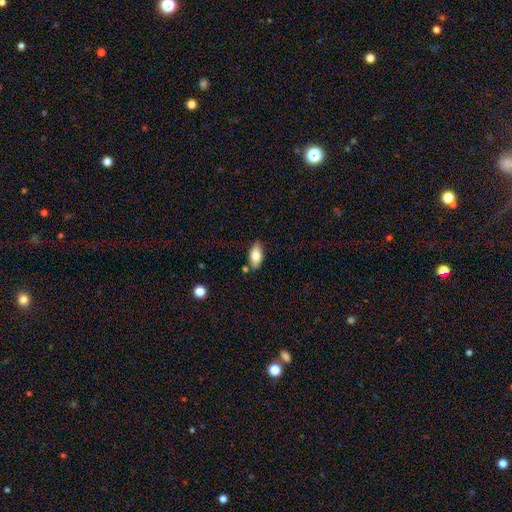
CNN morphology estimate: This appears to be a smooth galaxy with no disk features (79%) that is in between round and cigar-shaped (89%). Merging: none (81%).